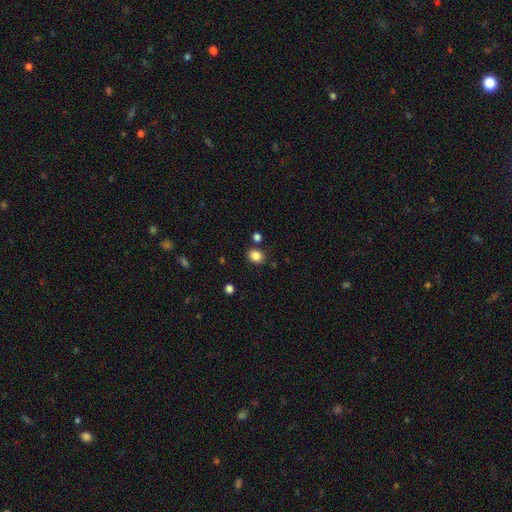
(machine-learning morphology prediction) smooth_or_featured: smooth (p=0.84) [alt: star or artifact p=0.11]
how_rounded: round (p=0.67) [alt: in between p=0.32]
merging: none (p=0.81) [alt: minor disturbance p=0.10]